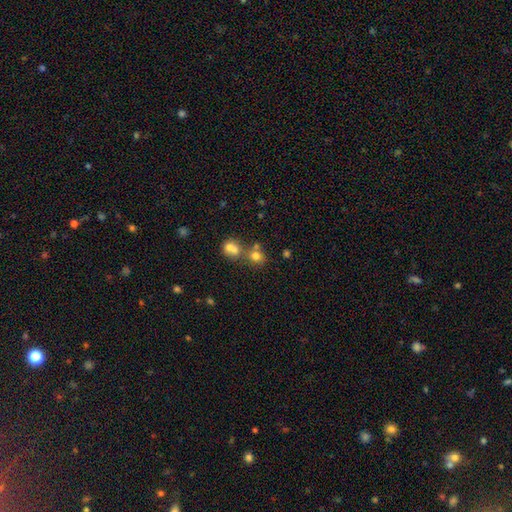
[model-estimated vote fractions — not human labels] A smooth galaxy with no disk features (74%) that is round (77%). Merging: none (48%).